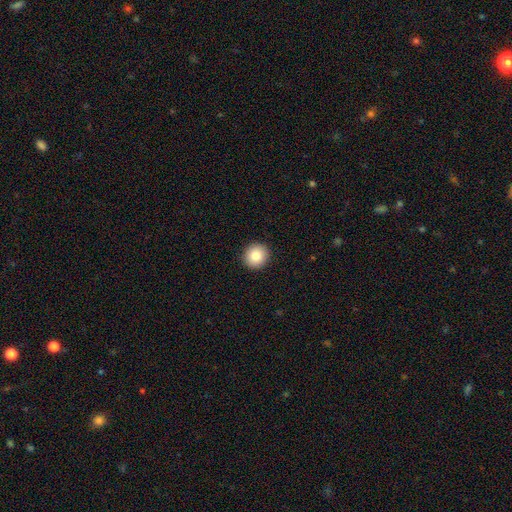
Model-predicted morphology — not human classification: This appears to be a smooth galaxy with no disk features (84%) that is round (91%). Merging: none (93%).